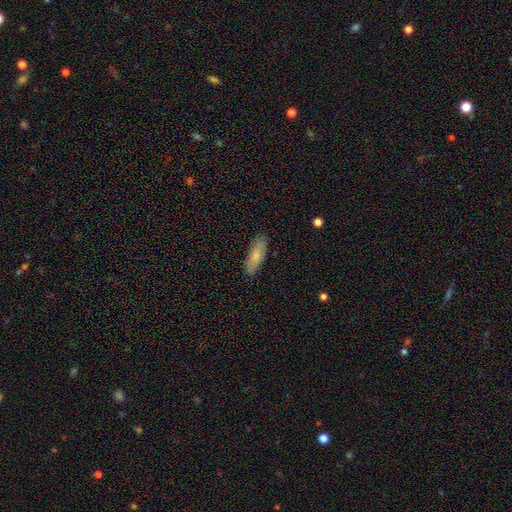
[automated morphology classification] This appears to be a smooth galaxy with no disk features (80%) that is cigar-shaped (49%, tied with in between). Merging: none (87%).